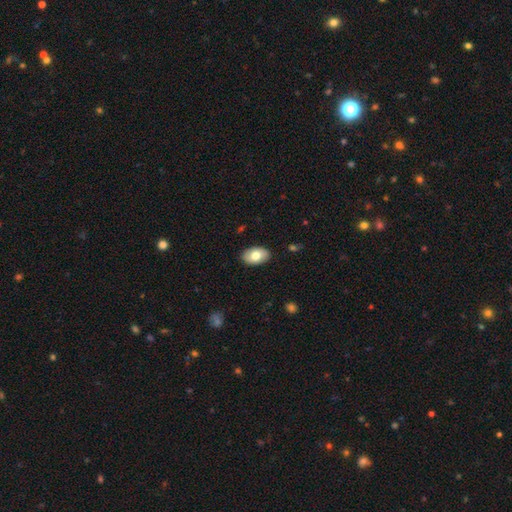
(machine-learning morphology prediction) Q: Smooth or featured?
A: smooth (75%); runner-up: featured or disk (18%)
Q: How rounded?
A: in between (91%); runner-up: round (8%)
Q: Merging?
A: none (88%); runner-up: minor disturbance (9%)